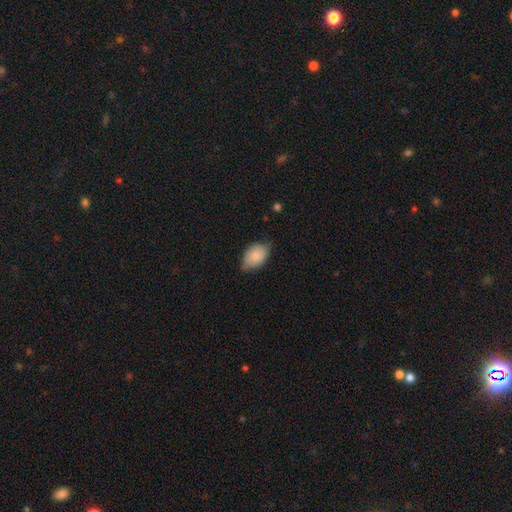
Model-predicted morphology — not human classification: Smooth or featured? smooth (85%)
How rounded? in between (88%)
Merging? none (65%)